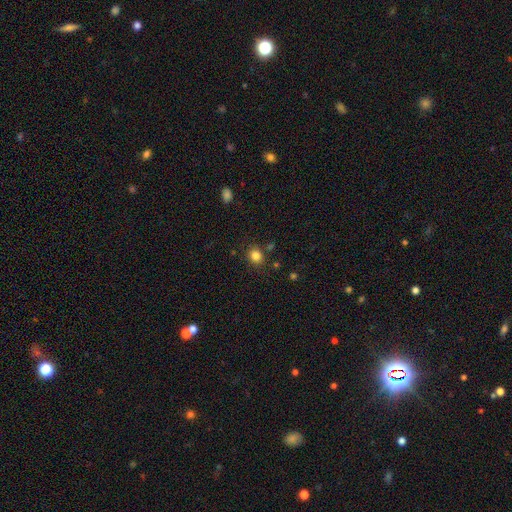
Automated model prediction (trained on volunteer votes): Morphology: type=smooth (82%); roundness=round (73%); merging=none (84%).